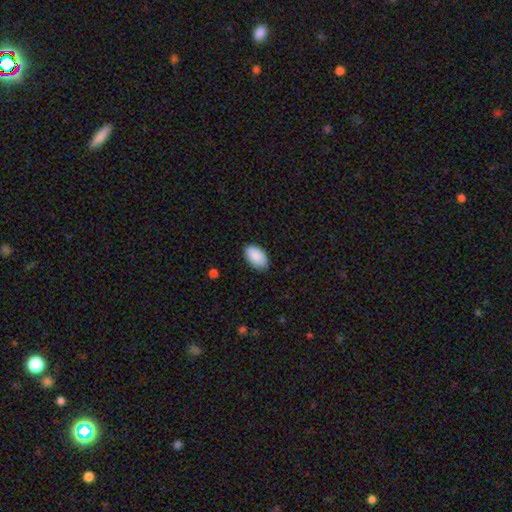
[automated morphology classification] smooth 90%, star or artifact 6%, featured or disk 4%. Down the decision tree: how rounded — in between (95%); merging — none (83%).